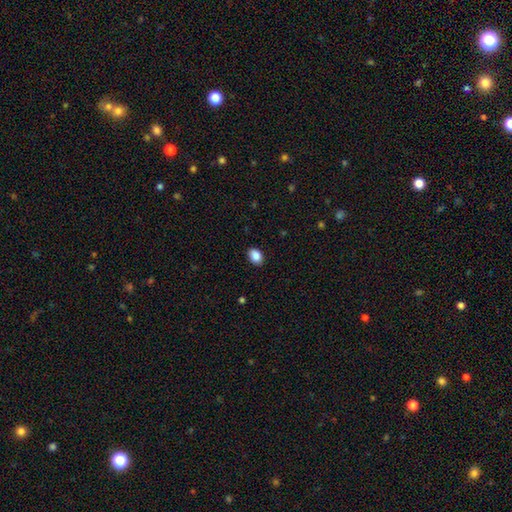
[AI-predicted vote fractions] The model was most divided on "how rounded": in between: 75%, round: 24%, cigar-shaped: 1%. More confident: smooth or featured — smooth (89%); merging — none (88%).